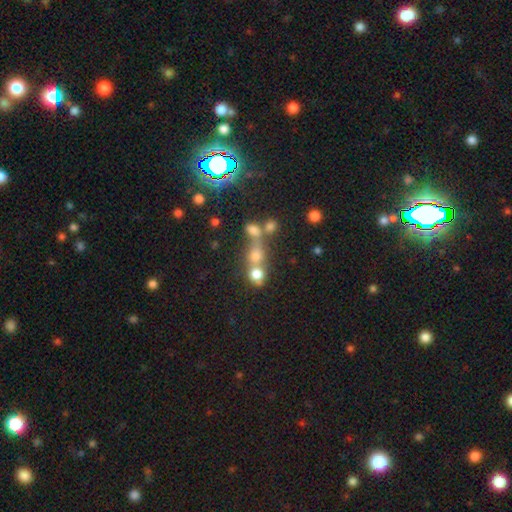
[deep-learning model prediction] This is possibly a smooth galaxy (55%). How rounded: likely round (78%). Merging: possibly merger (51%).